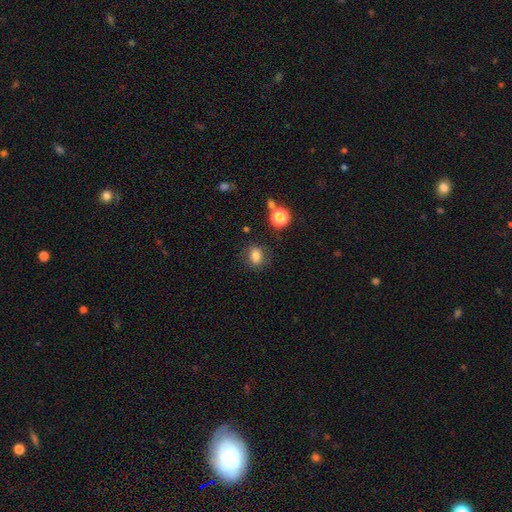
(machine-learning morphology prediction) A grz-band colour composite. It shows a smooth galaxy with no disk features (80%) that is round (50%). Merging: none (80%).